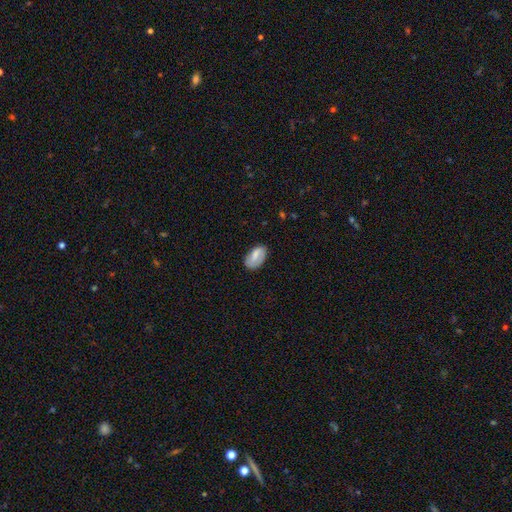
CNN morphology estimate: type=smooth (68%); roundness=in between (93%); merging=none (73%).